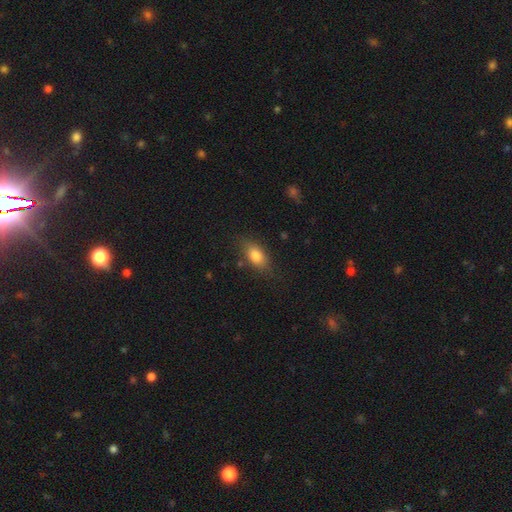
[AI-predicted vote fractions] Smooth or featured? smooth (81%)
How rounded? in between (85%)
Merging? none (78%)